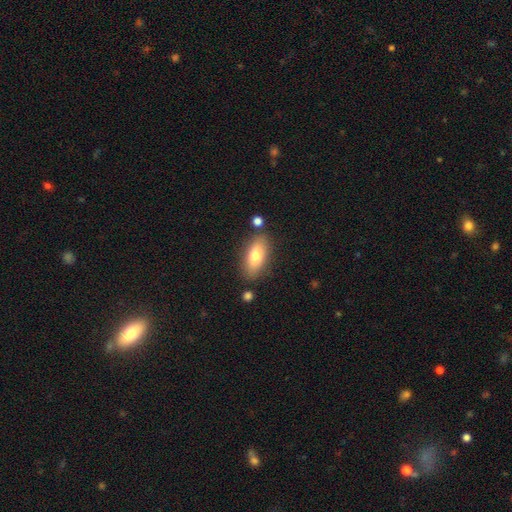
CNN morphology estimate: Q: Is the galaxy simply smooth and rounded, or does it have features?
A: smooth — 76%.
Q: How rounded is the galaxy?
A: in between — 82%.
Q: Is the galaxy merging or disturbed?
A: none — 81%.